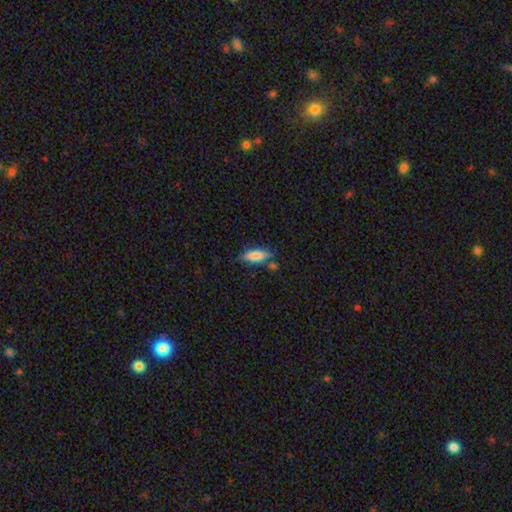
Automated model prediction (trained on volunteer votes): smooth_or_featured: smooth (p=0.82) [alt: featured or disk p=0.11]
how_rounded: in between (p=0.64) [alt: cigar-shaped p=0.33]
merging: none (p=0.68) [alt: minor disturbance p=0.19]